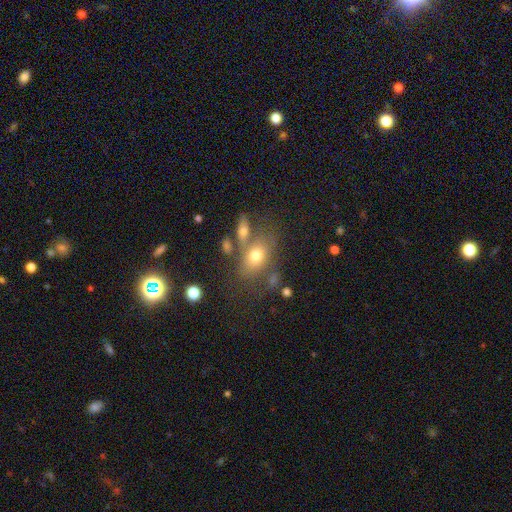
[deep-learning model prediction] The model was most divided on "merging": none: 54%, merger: 22%, minor disturbance: 15%, major disturbance: 9%. More confident: how rounded — in between (76%); smooth or featured — smooth (69%).